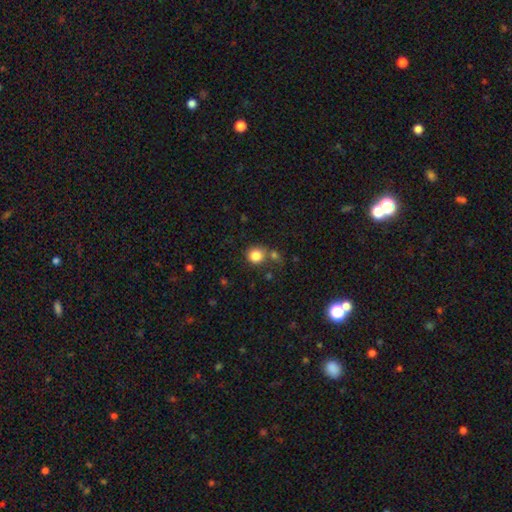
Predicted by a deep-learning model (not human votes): A smooth galaxy with no disk features (84%) that is round (89%).

Vote fractions:
- Smooth or featured? smooth: 84% / star or artifact: 11% / featured or disk: 6%
- How rounded? round: 89% / in between: 11% / cigar-shaped: 1%
- Merging? none: 66% / merger: 18% / minor disturbance: 11% / major disturbance: 4%